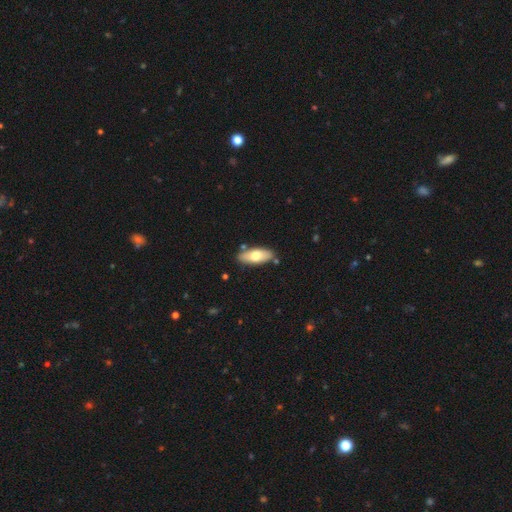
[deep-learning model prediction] This is likely a smooth galaxy (66%). How rounded: likely in between (80%). Merging: clearly none (82%).